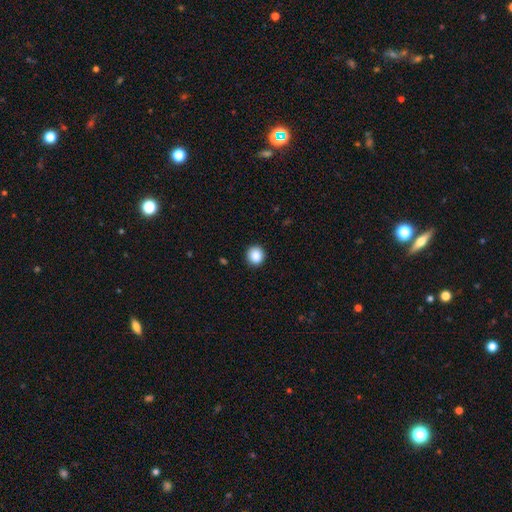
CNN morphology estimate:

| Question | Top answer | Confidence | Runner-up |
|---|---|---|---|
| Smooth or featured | smooth | 87% | star or artifact (10%) |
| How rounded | round | 91% | in between (8%) |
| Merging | none | 92% | minor disturbance (6%) |